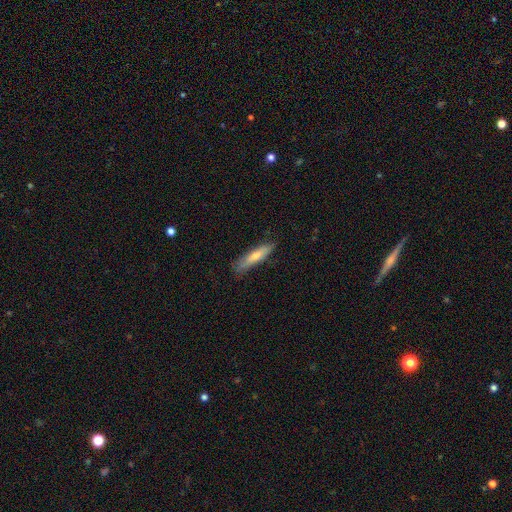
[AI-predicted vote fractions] The model was most divided on "smooth or featured": smooth: 61%, featured or disk: 33%, star or artifact: 6%. More confident: how rounded — cigar-shaped (82%); merging — none (81%).